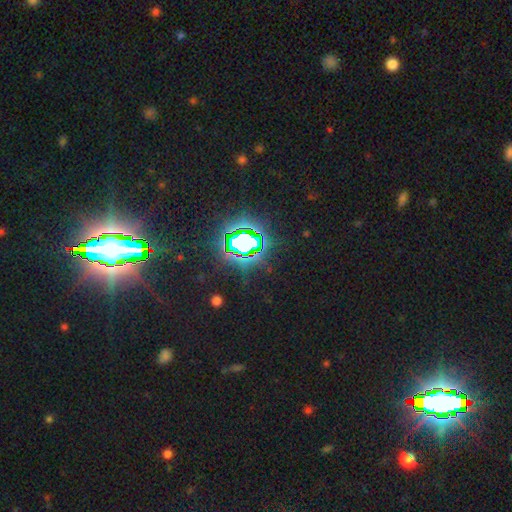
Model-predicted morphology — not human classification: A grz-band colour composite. It shows a star or artifact, not a galaxy (85%).